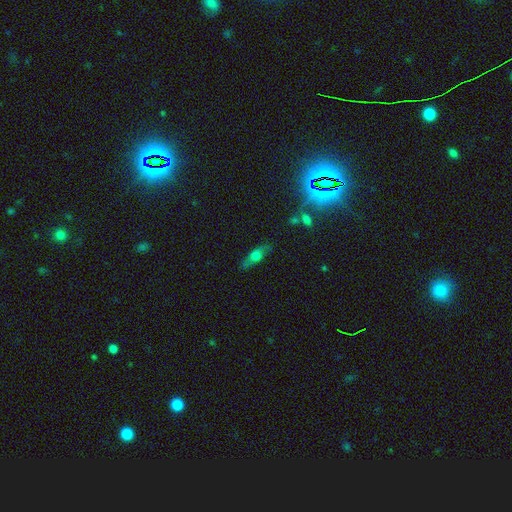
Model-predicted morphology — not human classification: This is possibly a smooth galaxy (45%, tied with featured or disk). Merging: likely none (78%).